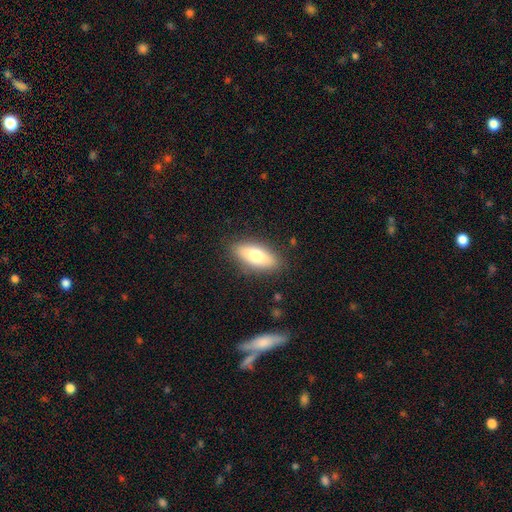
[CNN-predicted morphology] A smooth galaxy with no disk features (71%) that is in between round and cigar-shaped (77%).

Vote fractions:
- Smooth or featured? smooth: 71% / featured or disk: 22% / star or artifact: 7%
- How rounded? in between: 77% / cigar-shaped: 20% / round: 3%
- Merging? none: 85% / minor disturbance: 11% / major disturbance: 3% / merger: 1%